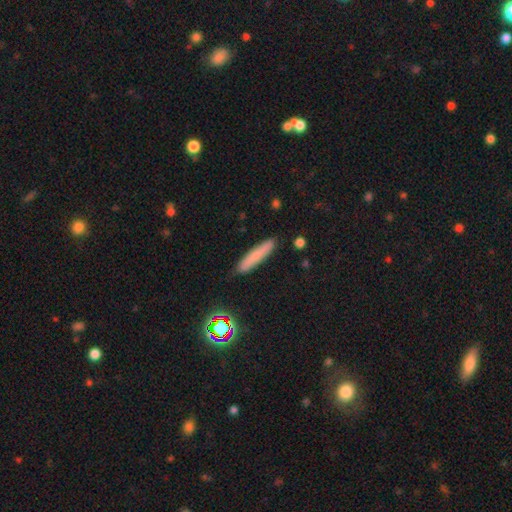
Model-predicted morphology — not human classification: Q: Smooth or featured?
A: smooth (73%); runner-up: featured or disk (17%)
Q: How rounded?
A: cigar-shaped (90%); runner-up: in between (8%)
Q: Merging?
A: none (88%); runner-up: minor disturbance (9%)